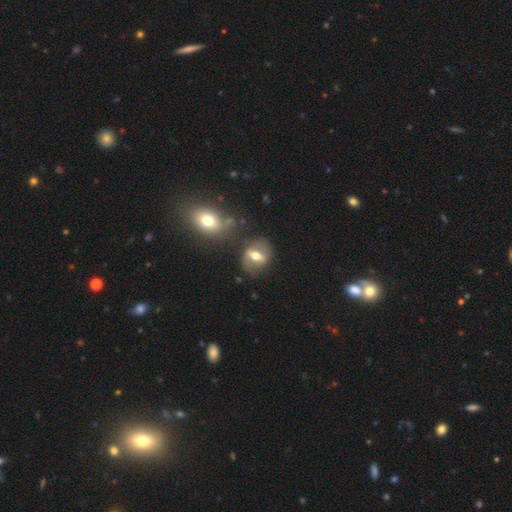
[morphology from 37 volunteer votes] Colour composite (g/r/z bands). It shows a featured or disk galaxy (59%) with a strong bar (69%), no spiral arms (77%) and a moderate central bulge (77%). Merging: none (61%).